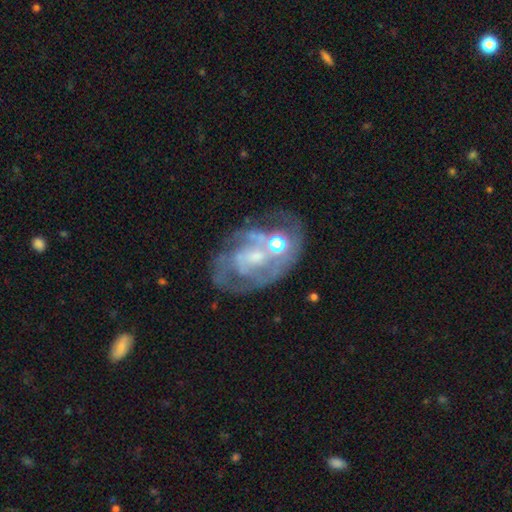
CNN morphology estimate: Q: Smooth or featured?
A: featured or disk (77%); runner-up: smooth (14%)
Q: Edge-on disk?
A: no (97%); runner-up: yes (3%)
Q: Bar?
A: no (59%); runner-up: weak (32%)
Q: Spiral arms?
A: yes (75%); runner-up: no (25%)
Q: Spiral winding?
A: tight (45%); runner-up: medium (39%)
Q: Spiral arm count?
A: can't tell (39%); runner-up: 2 (29%)
Q: Bulge size?
A: small (43%); runner-up: moderate (33%)
Q: Merging?
A: none (44%); runner-up: major disturbance (19%)